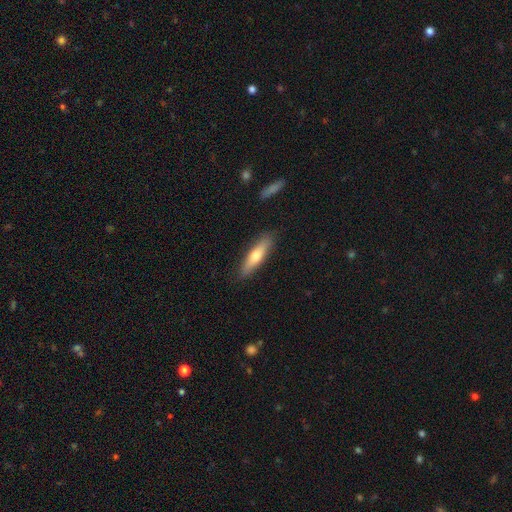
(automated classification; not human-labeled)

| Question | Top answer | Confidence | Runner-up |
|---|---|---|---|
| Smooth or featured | smooth | 62% | featured or disk (32%) |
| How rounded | cigar-shaped | 74% | in between (24%) |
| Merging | none | 87% | minor disturbance (9%) |